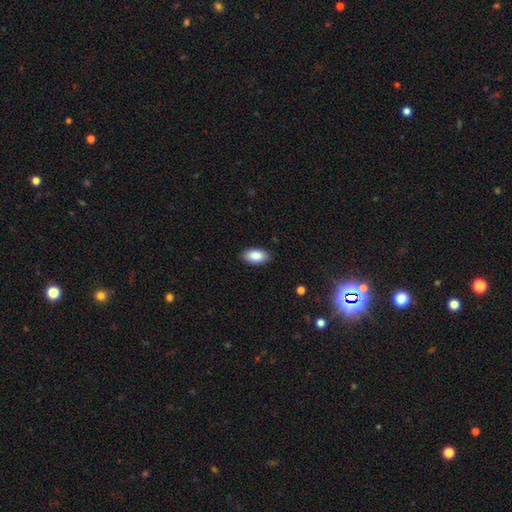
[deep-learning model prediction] This is clearly a smooth galaxy (88%). How rounded: clearly in between (94%). Merging: clearly none (89%).